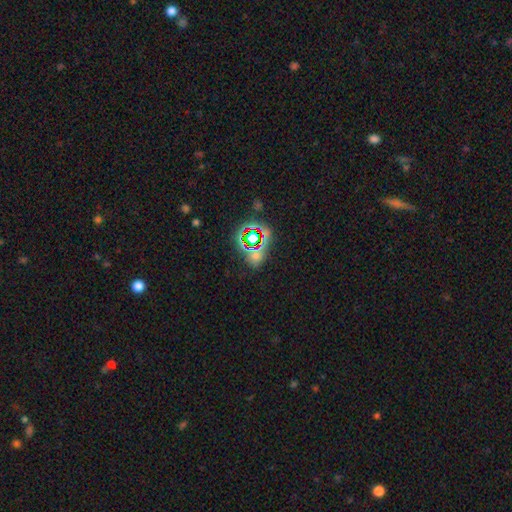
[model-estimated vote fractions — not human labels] Q: Smooth or featured?
A: star or artifact (55%); runner-up: smooth (33%)